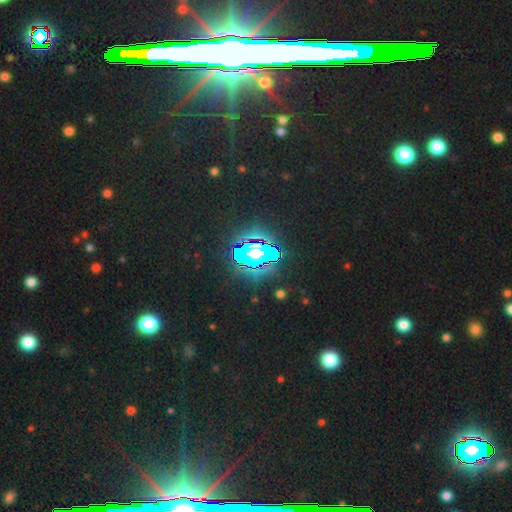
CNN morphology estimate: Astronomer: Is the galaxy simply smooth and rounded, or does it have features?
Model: star or artifact — 82%.